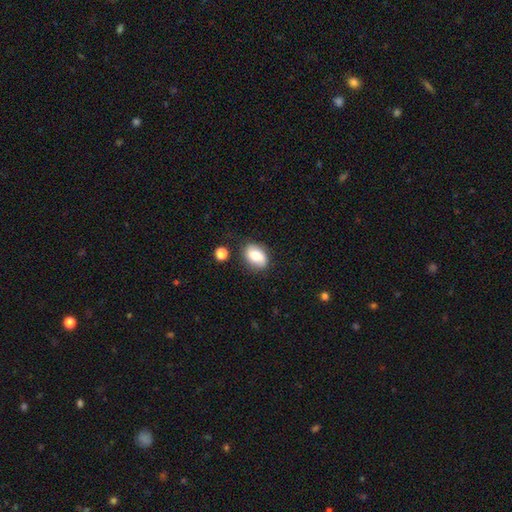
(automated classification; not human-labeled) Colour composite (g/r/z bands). It shows a smooth galaxy with no disk features (69%) that is in between round and cigar-shaped (81%). Merging: none (73%).